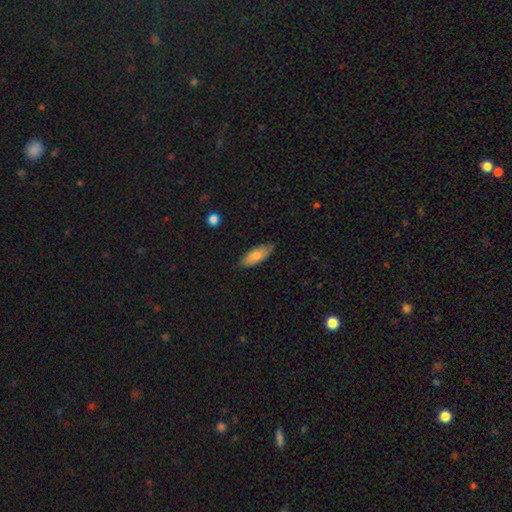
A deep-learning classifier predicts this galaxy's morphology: A smooth galaxy with no disk features (82%) that is in between round and cigar-shaped (75%).

Vote fractions:
- Smooth or featured? smooth: 82% / featured or disk: 12% / star or artifact: 6%
- How rounded? in between: 75% / cigar-shaped: 23% / round: 2%
- Merging? none: 82% / minor disturbance: 15% / major disturbance: 2% / merger: 1%